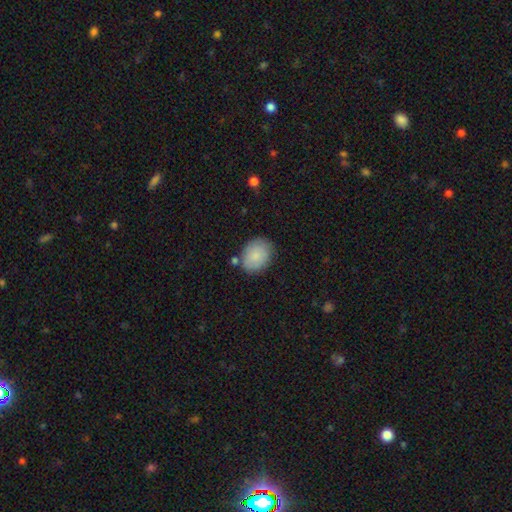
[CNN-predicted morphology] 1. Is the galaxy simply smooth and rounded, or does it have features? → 86% smooth, 8% featured or disk, 6% star or artifact.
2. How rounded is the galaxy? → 61% in between, 38% round, 1% cigar-shaped.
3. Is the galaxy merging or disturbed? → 73% none, 17% minor disturbance, 6% merger, 4% major disturbance.